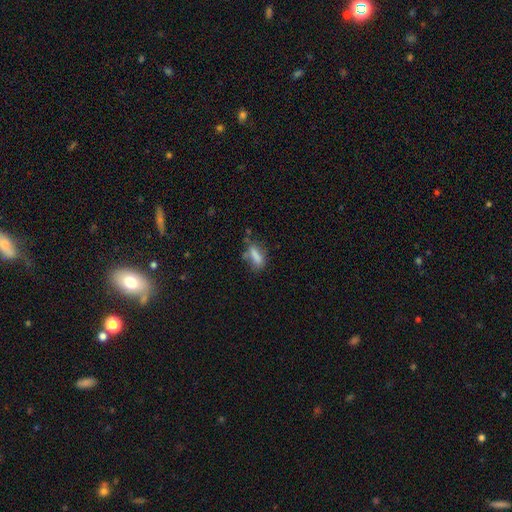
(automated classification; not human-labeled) Smooth or featured? Predicted: smooth (p=0.71). How rounded? Predicted: in between (p=0.55). Merging? Predicted: none (p=0.50).